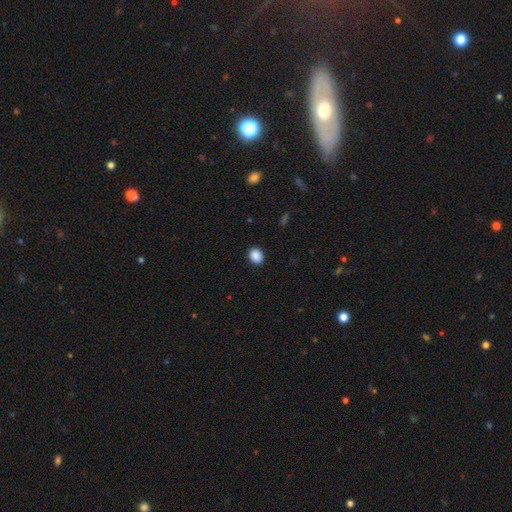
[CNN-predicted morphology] Q: Smooth or featured?
A: smooth (89%); runner-up: star or artifact (9%)
Q: How rounded?
A: round (55%); runner-up: in between (44%)
Q: Merging?
A: none (90%); runner-up: minor disturbance (7%)